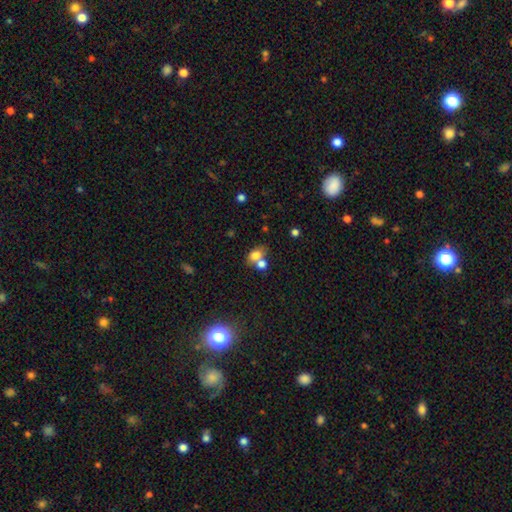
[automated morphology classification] A smooth galaxy with no disk features (76%) that is in between round and cigar-shaped (67%).

Vote fractions:
- Smooth or featured? smooth: 76% / featured or disk: 13% / star or artifact: 12%
- How rounded? in between: 67% / round: 32% / cigar-shaped: 2%
- Merging? merger: 45% / none: 40% / minor disturbance: 10% / major disturbance: 5%